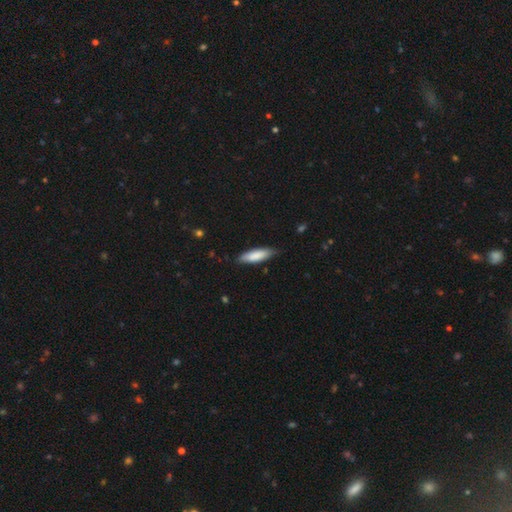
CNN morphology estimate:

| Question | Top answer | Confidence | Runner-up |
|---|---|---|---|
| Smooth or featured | smooth | 83% | featured or disk (12%) |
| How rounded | cigar-shaped | 56% | in between (43%) |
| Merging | none | 82% | minor disturbance (15%) |